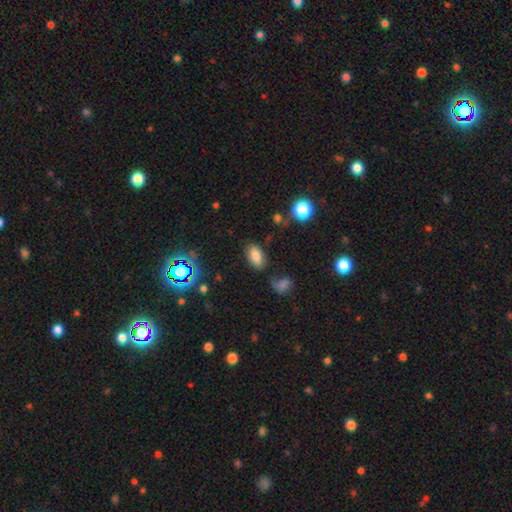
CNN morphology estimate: This appears to be a smooth galaxy with no disk features (77%) that is in between round and cigar-shaped (91%). Merging: none (77%).